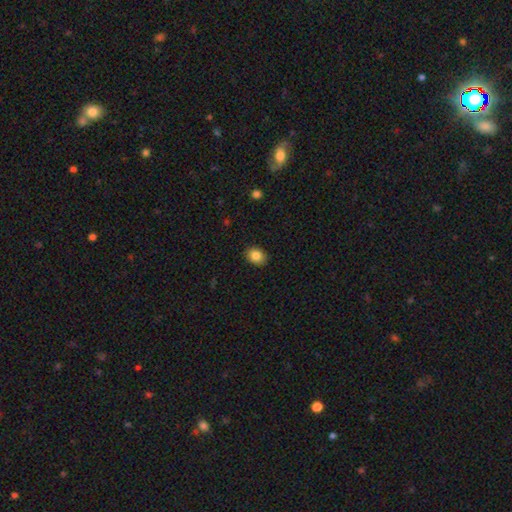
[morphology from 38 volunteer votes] Smooth or featured?
  - smooth: 92% *
  - featured or disk: 5%
  - star or artifact: 3%
How rounded?
  - round: 49% * (tied)
  - in between: 49% * (tied)
  - cigar-shaped: 3%
Merging?
  - none: 92% *
  - minor disturbance: 5%
  - major disturbance: 3%
  - merger: 0%